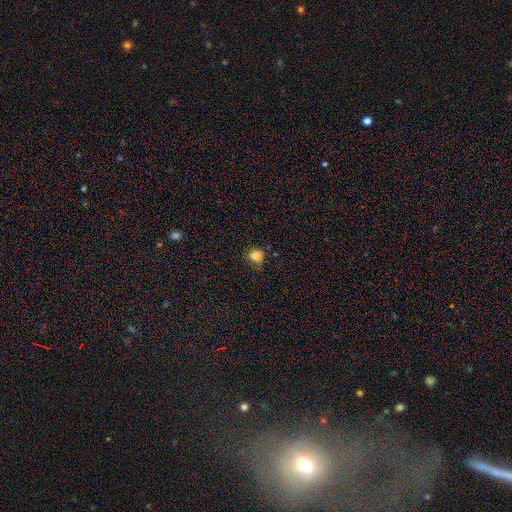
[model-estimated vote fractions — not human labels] Smooth or featured?
  - smooth: 83% *
  - star or artifact: 12%
  - featured or disk: 5%
How rounded?
  - round: 78% *
  - in between: 21%
  - cigar-shaped: 1%
Merging?
  - none: 74% *
  - minor disturbance: 20%
  - major disturbance: 4%
  - merger: 2%